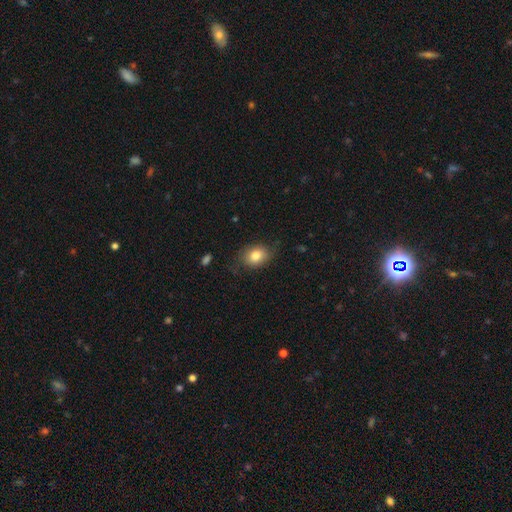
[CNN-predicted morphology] This is clearly a smooth galaxy (82%). How rounded: likely in between (67%). Merging: likely none (76%).